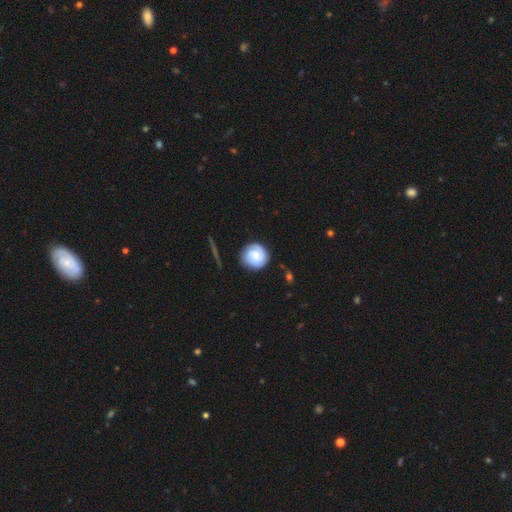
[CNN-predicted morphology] smooth_or_featured: smooth (p=0.48) [alt: featured or disk p=0.45]
merging: none (p=0.79) [alt: minor disturbance p=0.15]